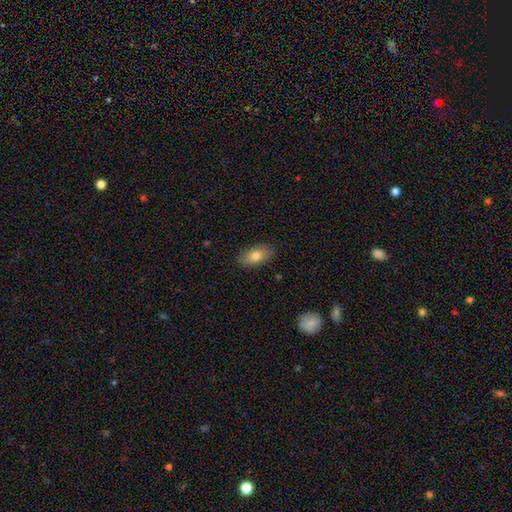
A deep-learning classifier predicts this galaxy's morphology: Smooth or featured?
  - smooth: 78% *
  - featured or disk: 15%
  - star or artifact: 7%
How rounded?
  - in between: 91% *
  - round: 5%
  - cigar-shaped: 4%
Merging?
  - none: 87% *
  - minor disturbance: 10%
  - major disturbance: 2%
  - merger: 1%